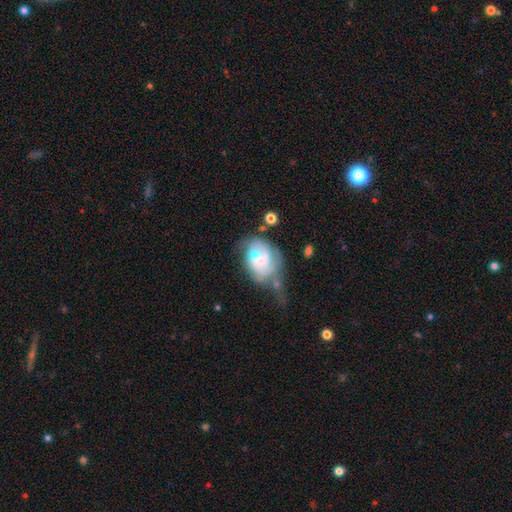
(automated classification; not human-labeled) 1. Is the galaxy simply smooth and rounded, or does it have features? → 56% featured or disk, 37% smooth, 7% star or artifact.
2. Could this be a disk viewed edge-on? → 97% no, 3% yes.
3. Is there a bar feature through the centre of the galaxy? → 68% no, 27% weak, 5% strong.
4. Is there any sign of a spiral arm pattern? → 75% yes, 25% no.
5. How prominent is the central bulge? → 57% small, 24% moderate, 11% none, 6% large, 2% dominant.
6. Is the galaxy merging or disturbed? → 31% major disturbance, 27% none, 26% minor disturbance, 16% merger.